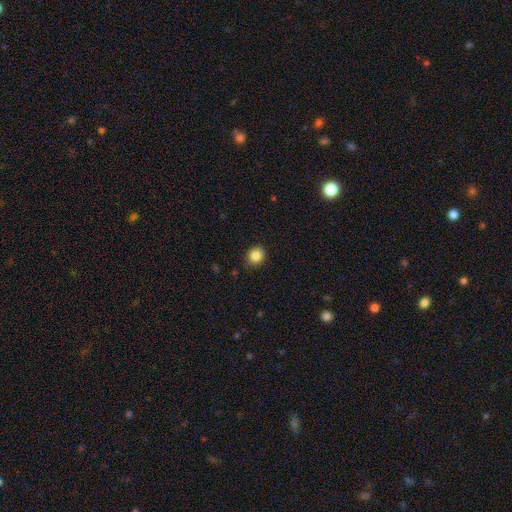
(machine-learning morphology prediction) Overall: smooth (86%). How rounded: round (75%). Merging: none (88%).